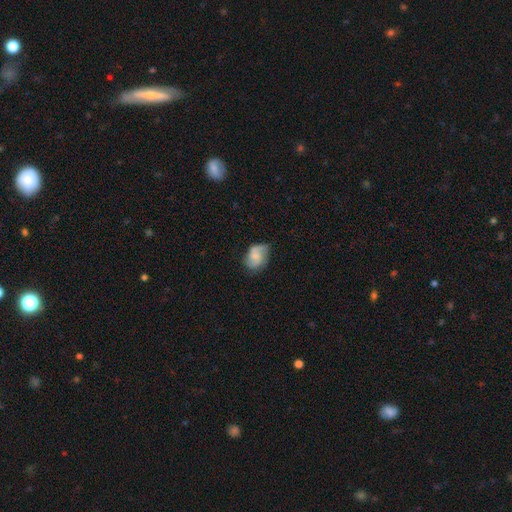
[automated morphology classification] Q: Smooth or featured?
A: featured or disk (50%); runner-up: smooth (42%)
Q: Merging?
A: none (56%); runner-up: minor disturbance (30%)